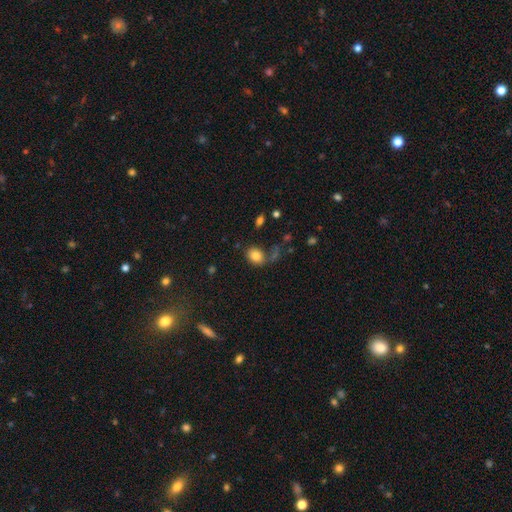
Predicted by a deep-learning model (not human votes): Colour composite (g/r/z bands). It shows a smooth galaxy with no disk features (81%) that is in between round and cigar-shaped (63%). Merging: none (60%).